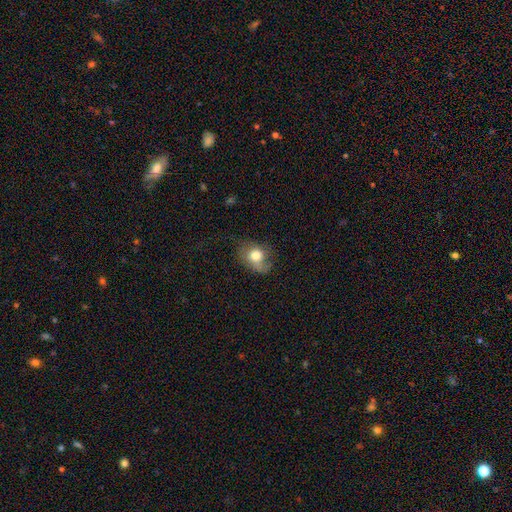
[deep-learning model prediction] smooth 70%, featured or disk 21%, star or artifact 9%. Down the decision tree: how rounded — in between (59%); merging — none (47%).